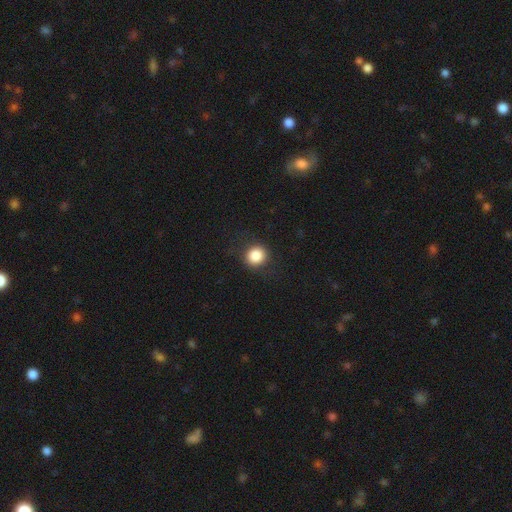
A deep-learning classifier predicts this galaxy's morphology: Smooth or featured? smooth (86%)
How rounded? round (88%)
Merging? none (87%)